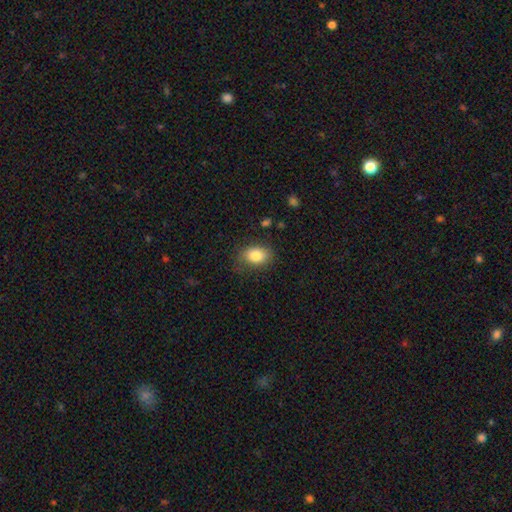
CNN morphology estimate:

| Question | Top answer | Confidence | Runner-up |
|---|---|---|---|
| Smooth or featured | smooth | 83% | star or artifact (9%) |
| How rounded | in between | 78% | round (21%) |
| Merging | none | 76% | minor disturbance (17%) |